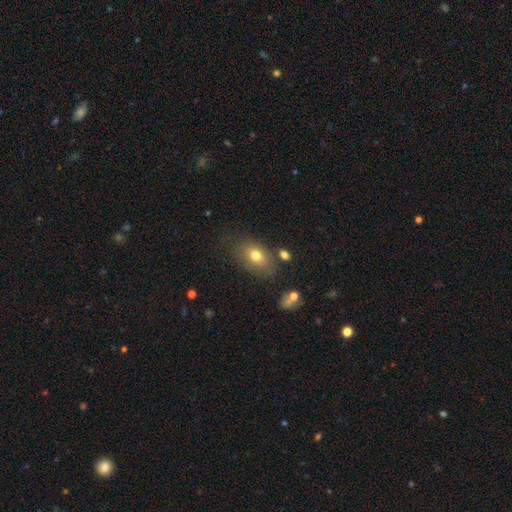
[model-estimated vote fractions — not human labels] smooth-or-featured: smooth: 74% | featured or disk: 15% | star or artifact: 11%
  how-rounded: in between: 80% | round: 19% | cigar-shaped: 2%
  merging: none: 67% | minor disturbance: 20% | major disturbance: 8% | merger: 5%